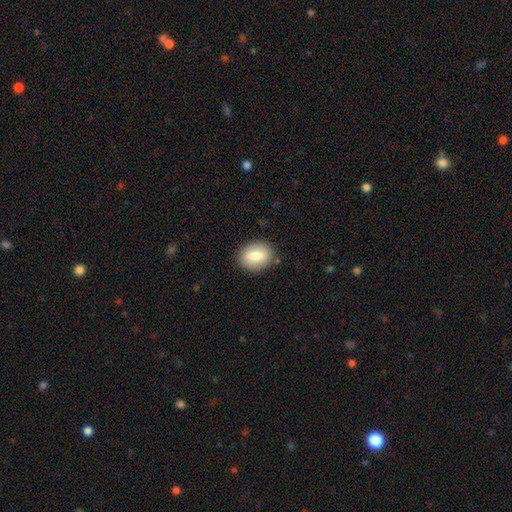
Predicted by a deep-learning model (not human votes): The model was most divided on "how rounded": in between: 60%, round: 39%, cigar-shaped: 1%. More confident: merging — none (87%); smooth or featured — smooth (79%).